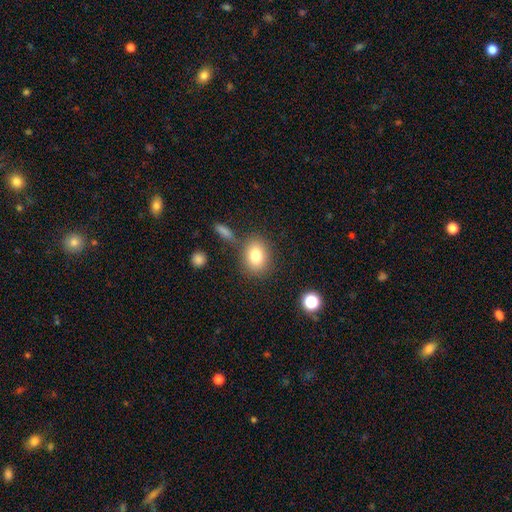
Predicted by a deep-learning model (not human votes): smooth 81%, featured or disk 10%, star or artifact 9%. Down the decision tree: how rounded — in between (57%); merging — none (75%).